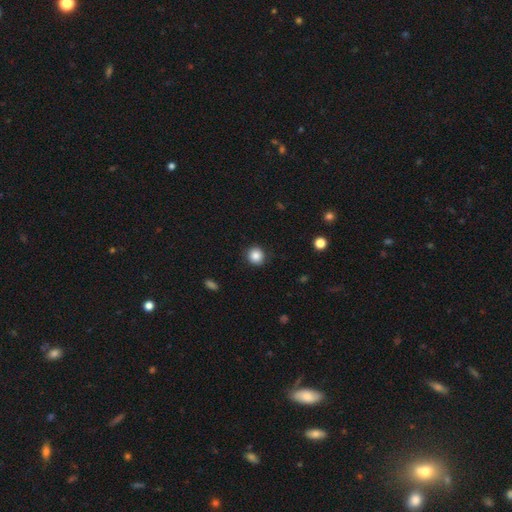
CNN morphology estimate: Smooth or featured? Predicted: smooth (p=0.86). How rounded? Predicted: round (p=0.90). Merging? Predicted: none (p=0.89).